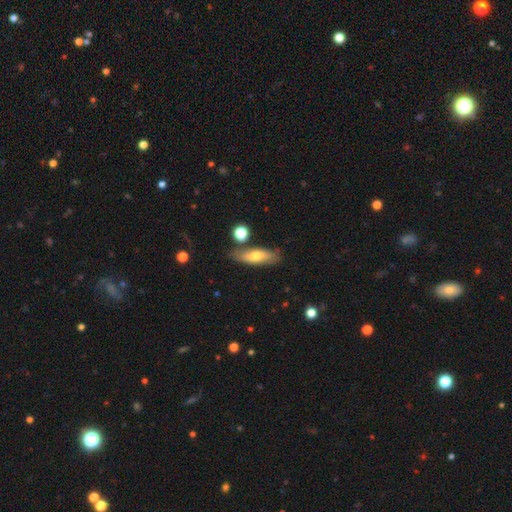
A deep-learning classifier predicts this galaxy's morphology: smooth-or-featured: smooth: 61% | featured or disk: 32% | star or artifact: 7%
  how-rounded: cigar-shaped: 50% | in between: 47% | round: 3%
  merging: none: 74% | minor disturbance: 15% | merger: 7% | major disturbance: 4%